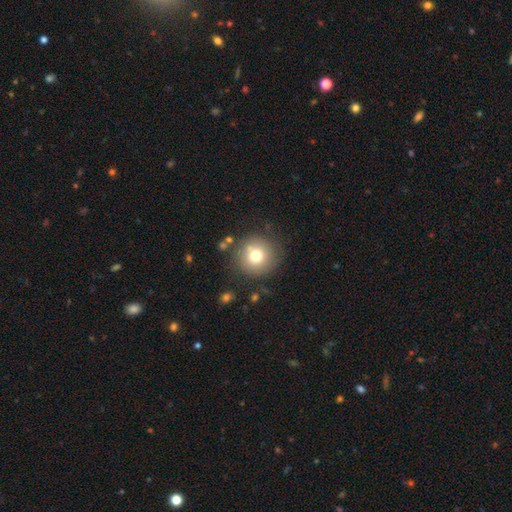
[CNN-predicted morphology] Smooth or featured?
  - smooth: 73% *
  - featured or disk: 15%
  - star or artifact: 12%
How rounded?
  - round: 95% *
  - in between: 4%
  - cigar-shaped: 1%
Merging?
  - none: 82% *
  - minor disturbance: 10%
  - major disturbance: 4%
  - merger: 4%